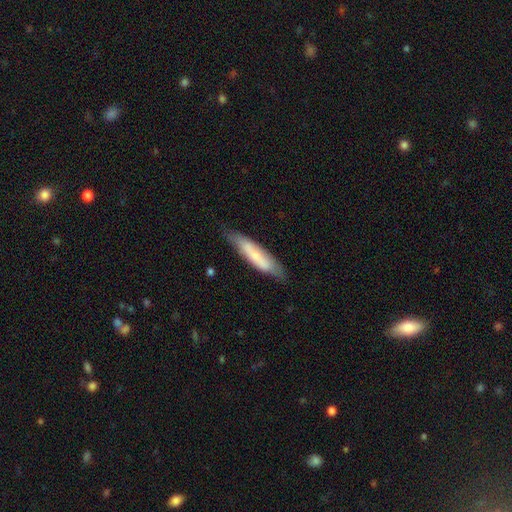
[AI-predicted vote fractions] Smooth or featured: smooth — 62% (featured or disk — 32%)
How rounded: cigar-shaped — 76% (in between — 22%)
Merging: none — 76% (minor disturbance — 18%)